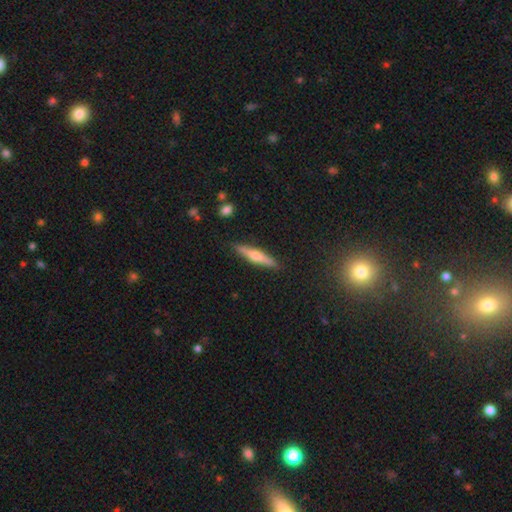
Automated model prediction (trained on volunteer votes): Smooth or featured? Predicted: featured or disk (p=0.53). Edge-on disk? Predicted: yes (p=0.95). Edge-on bulge? Predicted: rounded (p=0.82). Merging? Predicted: none (p=0.89).